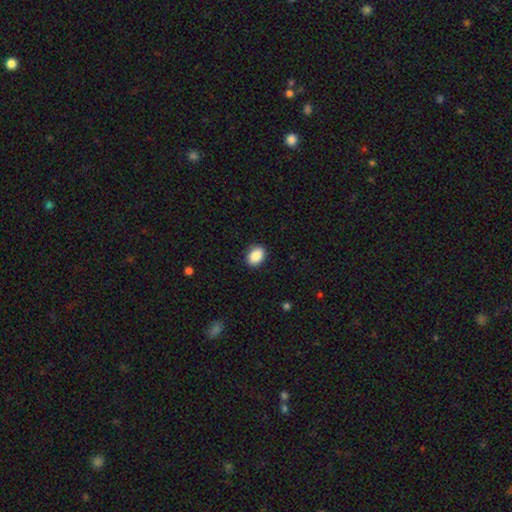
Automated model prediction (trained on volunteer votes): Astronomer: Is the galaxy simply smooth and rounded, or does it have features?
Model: smooth — 89%.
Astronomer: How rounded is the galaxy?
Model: in between — 76%.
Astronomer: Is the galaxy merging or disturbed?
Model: none — 90%.